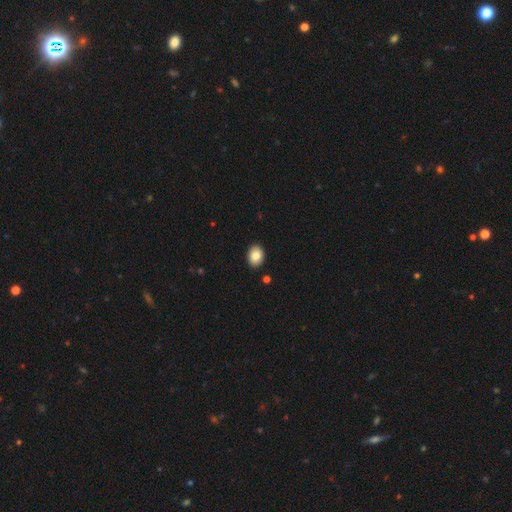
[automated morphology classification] Smooth or featured: smooth — 86% (star or artifact — 8%)
How rounded: in between — 76% (round — 23%)
Merging: none — 90% (minor disturbance — 7%)